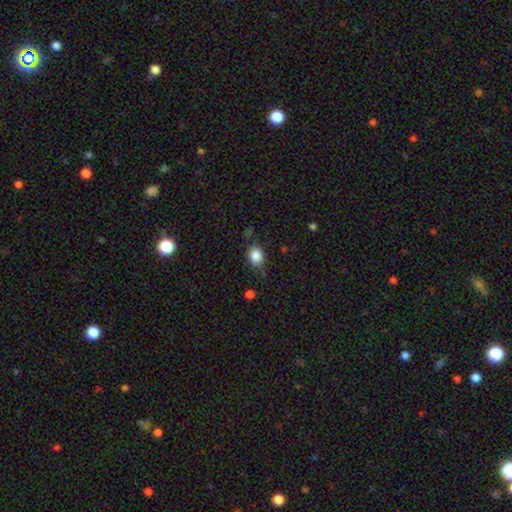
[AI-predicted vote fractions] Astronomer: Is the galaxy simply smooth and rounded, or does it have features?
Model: smooth — 85%.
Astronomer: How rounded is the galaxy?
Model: in between — 58% (runner-up: round, 41%).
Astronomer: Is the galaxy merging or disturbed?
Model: none — 71%.